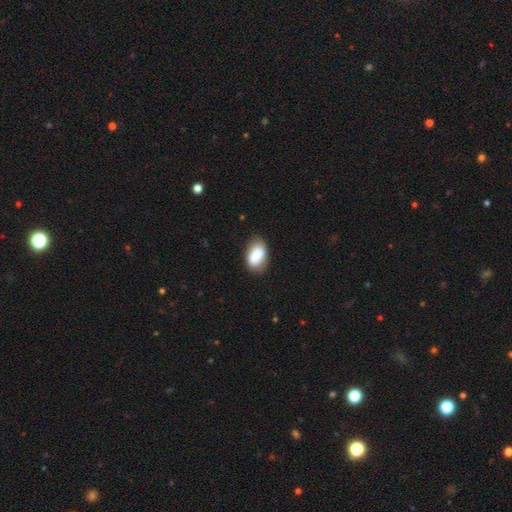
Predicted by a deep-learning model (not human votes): smooth_or_featured: smooth (p=0.77) [alt: featured or disk p=0.16]
how_rounded: in between (p=0.91) [alt: round p=0.08]
merging: none (p=0.70) [alt: minor disturbance p=0.22]